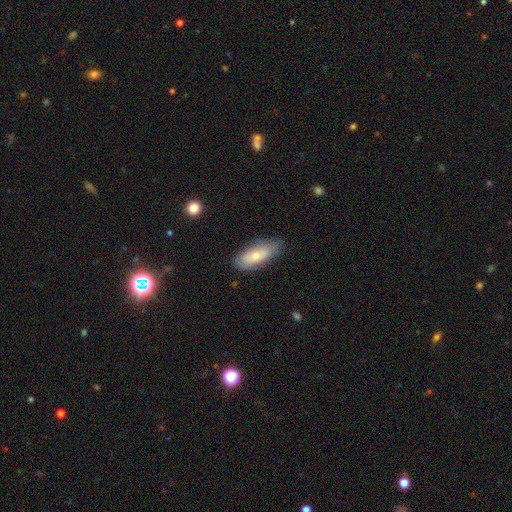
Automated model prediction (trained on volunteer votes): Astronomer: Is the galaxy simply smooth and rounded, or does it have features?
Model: smooth — 66%.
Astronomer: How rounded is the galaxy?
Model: in between — 82%.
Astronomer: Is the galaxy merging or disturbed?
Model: none — 74%.